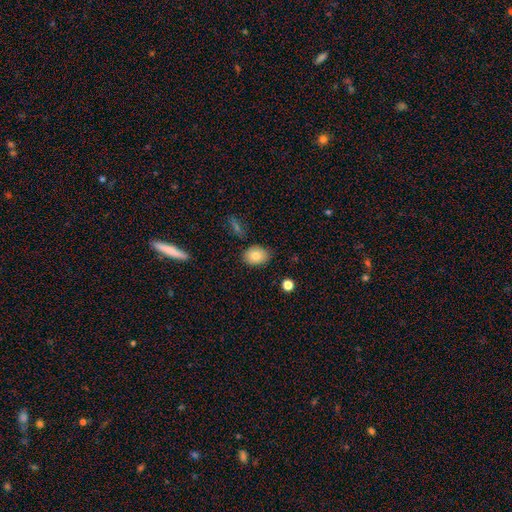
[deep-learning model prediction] Smooth or featured? Predicted: smooth (p=0.80). How rounded? Predicted: in between (p=0.67). Merging? Predicted: none (p=0.79).